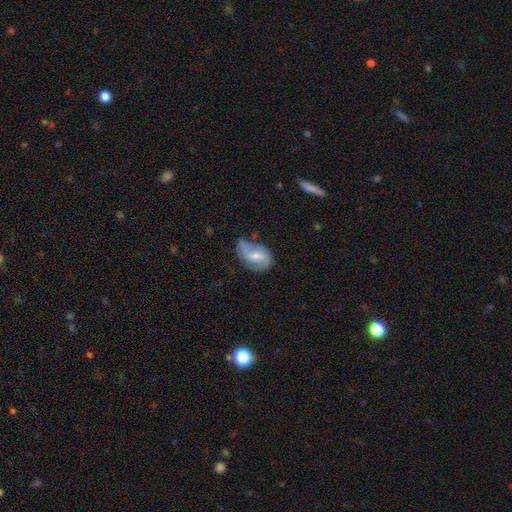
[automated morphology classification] A featured or disk galaxy (57%) with a weak bar (47%), spiral arms (83%) and a moderate central bulge (51%). Merging: none (51%).